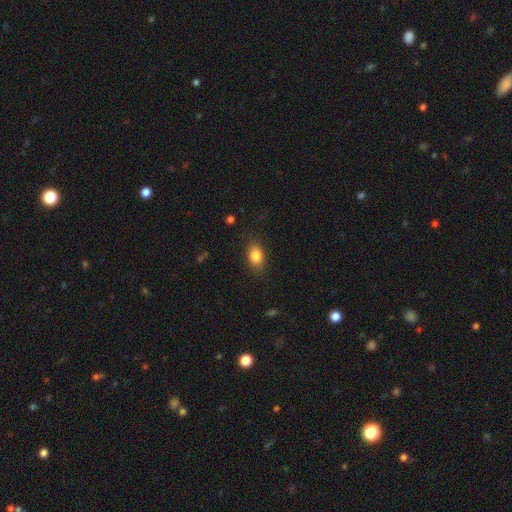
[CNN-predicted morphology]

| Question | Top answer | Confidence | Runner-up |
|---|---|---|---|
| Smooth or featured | smooth | 84% | star or artifact (9%) |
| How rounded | in between | 81% | round (16%) |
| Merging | none | 82% | minor disturbance (13%) |